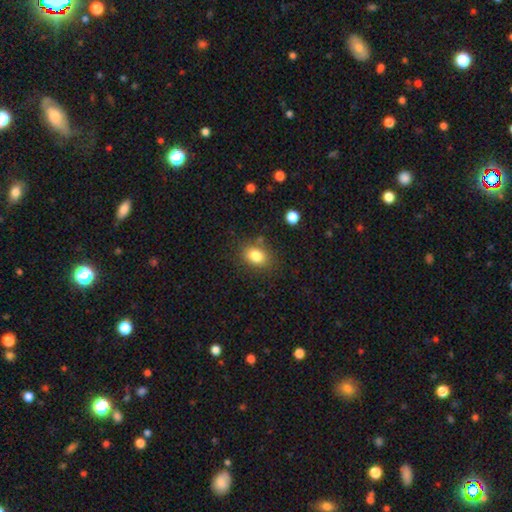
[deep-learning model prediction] A smooth galaxy with no disk features (83%) that is in between round and cigar-shaped (68%). Merging: none (78%).